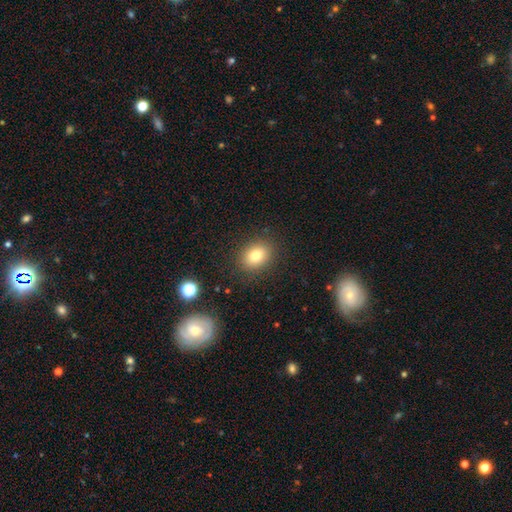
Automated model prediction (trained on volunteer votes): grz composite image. It shows a smooth galaxy with no disk features (79%) that is in between round and cigar-shaped (54%). Merging: none (87%).